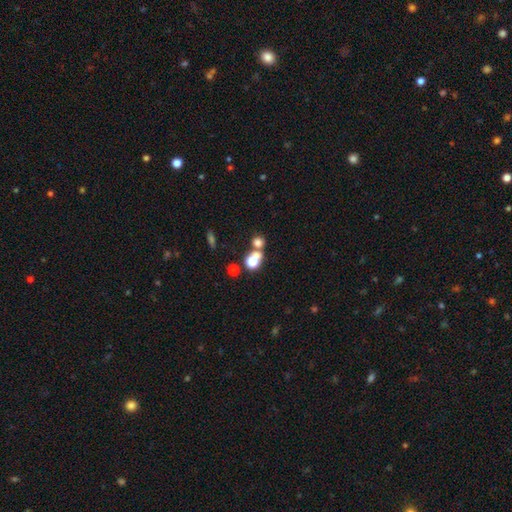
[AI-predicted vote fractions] smooth 57%, star or artifact 30%, featured or disk 13%. Down the decision tree: how rounded — round (73%); merging — none (50%).